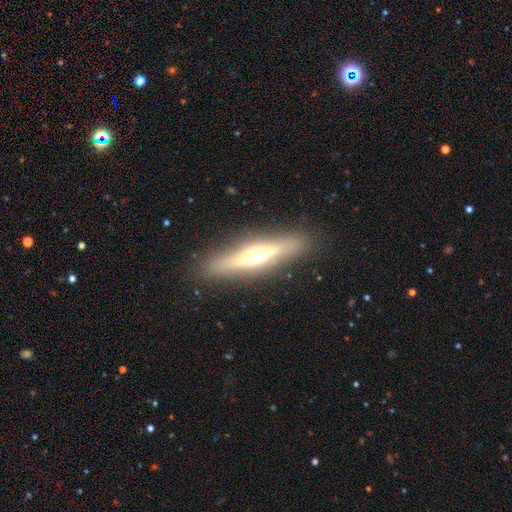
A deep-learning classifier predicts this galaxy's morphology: featured or disk 63%, smooth 30%, star or artifact 7%. Down the decision tree: edge-on disk — yes (86%); edge-on bulge — rounded (90%); merging — none (87%).